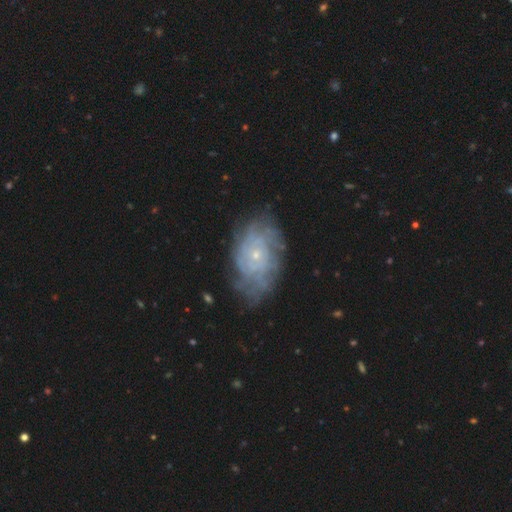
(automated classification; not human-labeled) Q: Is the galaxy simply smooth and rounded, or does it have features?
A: featured or disk — 76%.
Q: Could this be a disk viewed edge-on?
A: no — 96%.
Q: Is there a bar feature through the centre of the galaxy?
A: no — 83%.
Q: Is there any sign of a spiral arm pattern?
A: yes — 86%.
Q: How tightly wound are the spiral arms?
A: tight — 71%.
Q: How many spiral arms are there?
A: can't tell — 54%.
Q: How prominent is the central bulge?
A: small — 81%.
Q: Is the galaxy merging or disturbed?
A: none — 70%.